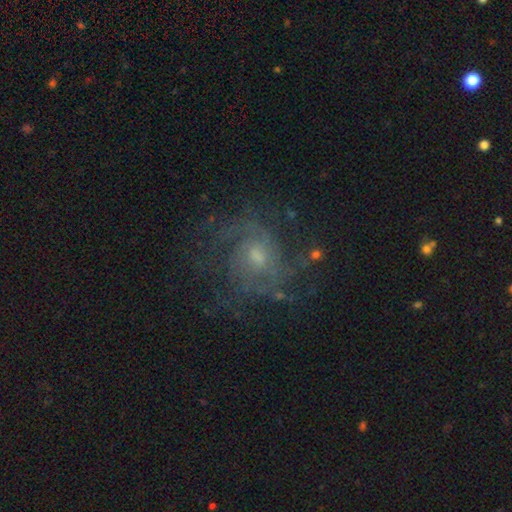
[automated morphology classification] type=featured or disk (76%); edge-on=no (98%); bar=no (59%); spiral arms=yes (88%); winding=medium (44%); arm count=can't tell (36%); bulge=moderate (47%); merging=none (63%).